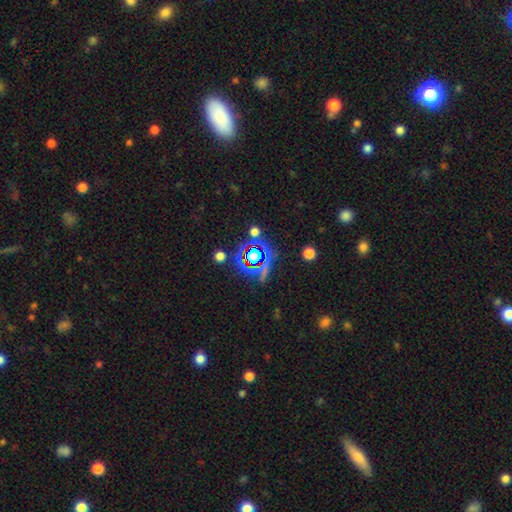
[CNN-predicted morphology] smooth_or_featured: star or artifact (p=0.63) [alt: smooth p=0.24]